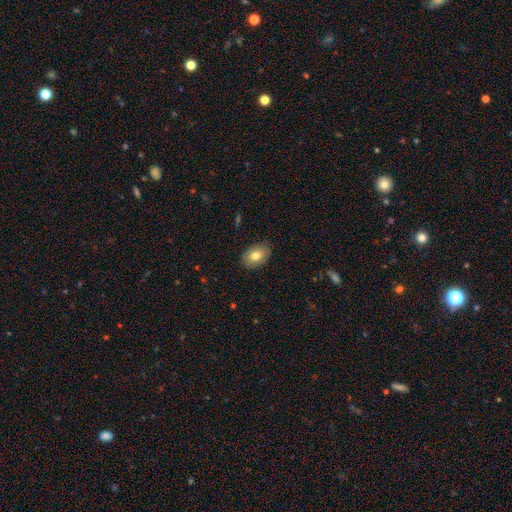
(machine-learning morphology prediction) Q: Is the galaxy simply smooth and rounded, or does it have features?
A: smooth — 78%.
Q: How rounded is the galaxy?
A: in between — 84%.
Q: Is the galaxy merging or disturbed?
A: none — 86%.